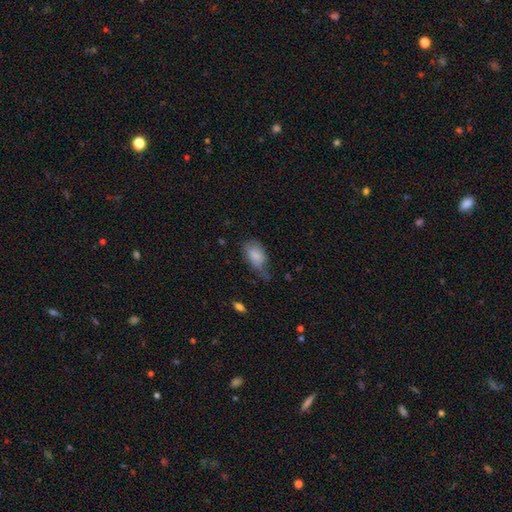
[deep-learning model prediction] Smooth or featured?
  - smooth: 79% *
  - featured or disk: 13%
  - star or artifact: 7%
How rounded?
  - in between: 88% *
  - round: 10%
  - cigar-shaped: 2%
Merging?
  - minor disturbance: 39% *
  - none: 36%
  - major disturbance: 22%
  - merger: 3%